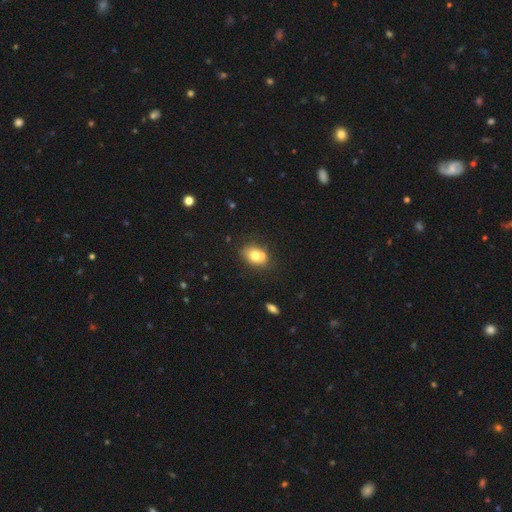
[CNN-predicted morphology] Smooth or featured? smooth (74%)
How rounded? in between (70%)
Merging? none (59%)